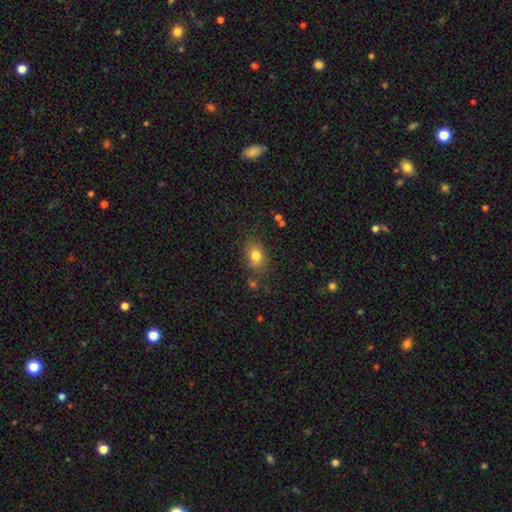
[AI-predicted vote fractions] Smooth or featured? smooth (79%)
How rounded? in between (62%)
Merging? none (76%)